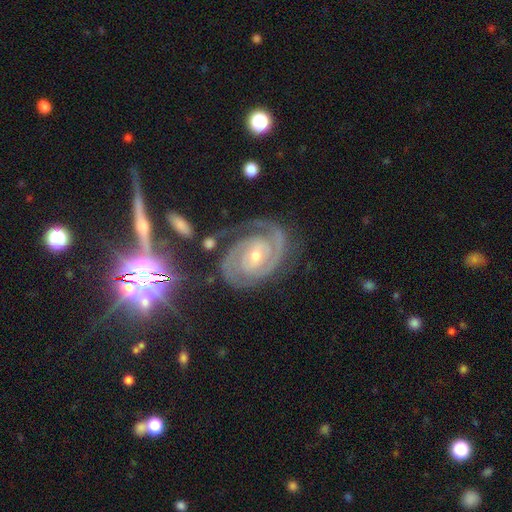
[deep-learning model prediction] Smooth or featured? Predicted: featured or disk (p=0.91). Edge-on disk? Predicted: no (p=0.97). Bar? Predicted: no (p=0.52). Spiral arms? Predicted: yes (p=0.98). Spiral winding? Predicted: tight (p=0.73). Spiral arm count? Predicted: 2 (p=0.82). Bulge size? Predicted: small (p=0.60). Merging? Predicted: none (p=0.75).